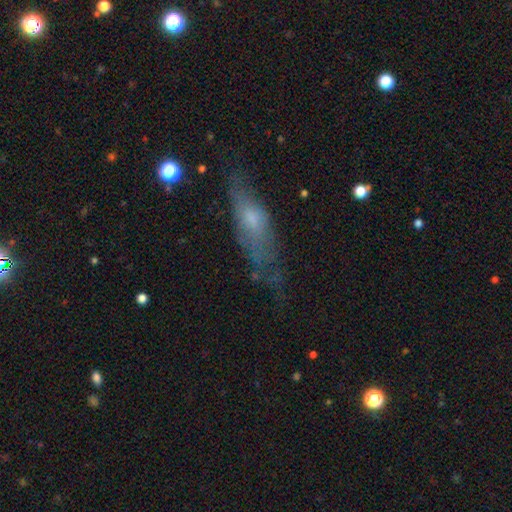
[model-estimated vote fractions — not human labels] smooth_or_featured: featured or disk (p=0.46) [alt: smooth p=0.41]
merging: none (p=0.60) [alt: minor disturbance p=0.25]